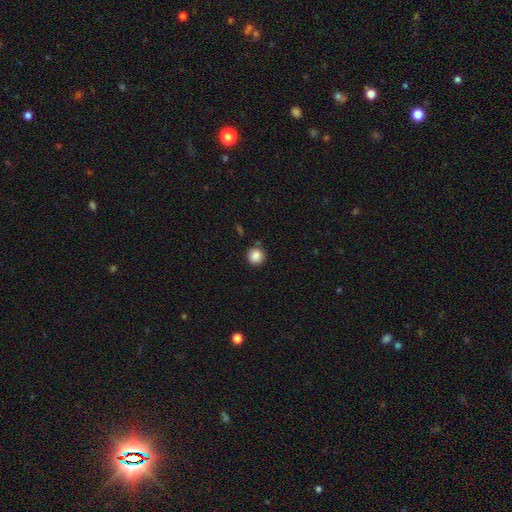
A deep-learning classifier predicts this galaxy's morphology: Smooth or featured?
  - smooth: 87% *
  - star or artifact: 10%
  - featured or disk: 3%
How rounded?
  - round: 94% *
  - in between: 5%
  - cigar-shaped: 1%
Merging?
  - none: 87% *
  - minor disturbance: 8%
  - merger: 3%
  - major disturbance: 2%